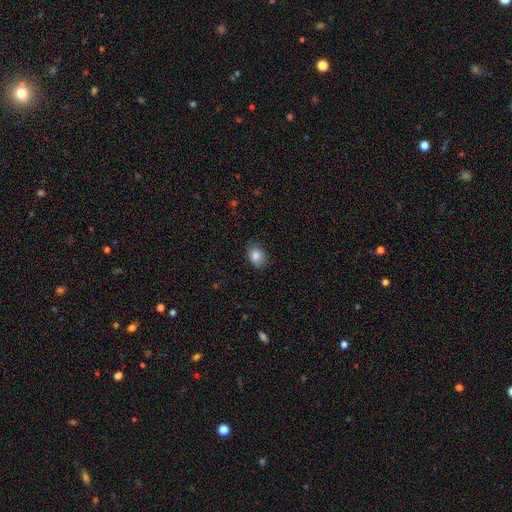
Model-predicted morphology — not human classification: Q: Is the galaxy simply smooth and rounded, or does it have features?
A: smooth — 85%.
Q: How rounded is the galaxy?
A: in between — 66%.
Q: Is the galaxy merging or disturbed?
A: none — 83%.